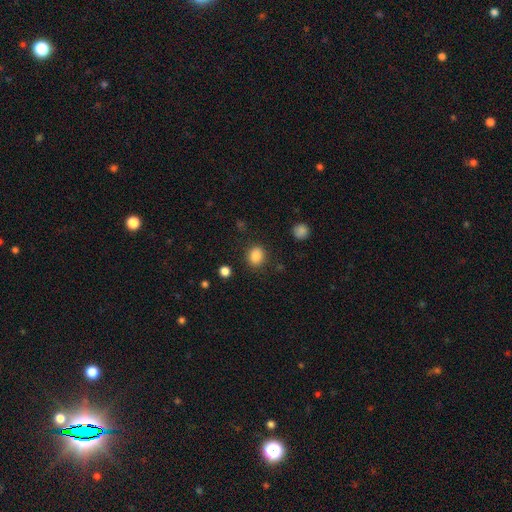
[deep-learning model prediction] Smooth or featured: smooth — 86% (star or artifact — 10%)
How rounded: round — 67% (in between — 33%)
Merging: none — 87% (minor disturbance — 8%)